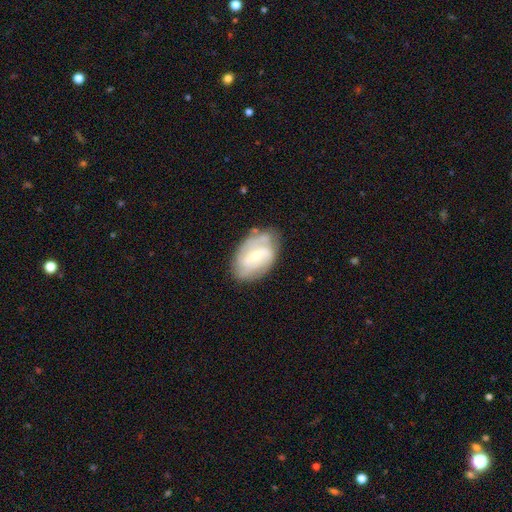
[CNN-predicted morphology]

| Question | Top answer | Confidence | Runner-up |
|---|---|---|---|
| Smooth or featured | featured or disk | 75% | smooth (20%) |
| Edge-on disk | no | 96% | yes (4%) |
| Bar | weak | 49% | strong (27%) |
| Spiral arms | yes | 88% | no (12%) |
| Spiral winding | tight | 43% | medium (40%) |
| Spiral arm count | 2 | 50% | can't tell (25%) |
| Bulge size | small | 56% | moderate (40%) |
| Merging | none | 71% | minor disturbance (21%) |